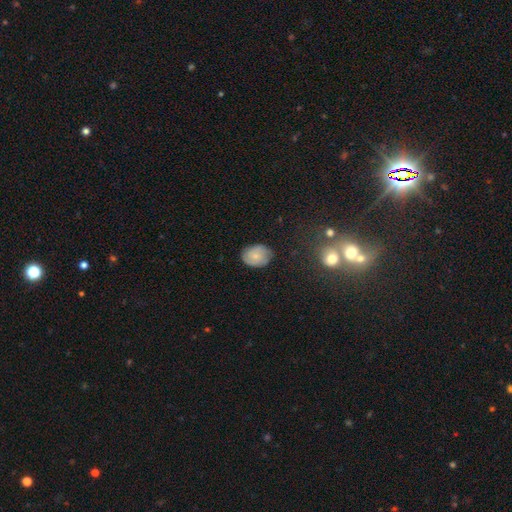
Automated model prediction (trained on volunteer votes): Smooth or featured?
  - smooth: 70% *
  - featured or disk: 22%
  - star or artifact: 8%
How rounded?
  - in between: 60% *
  - round: 39%
  - cigar-shaped: 1%
Merging?
  - none: 76% *
  - minor disturbance: 19%
  - major disturbance: 4%
  - merger: 1%